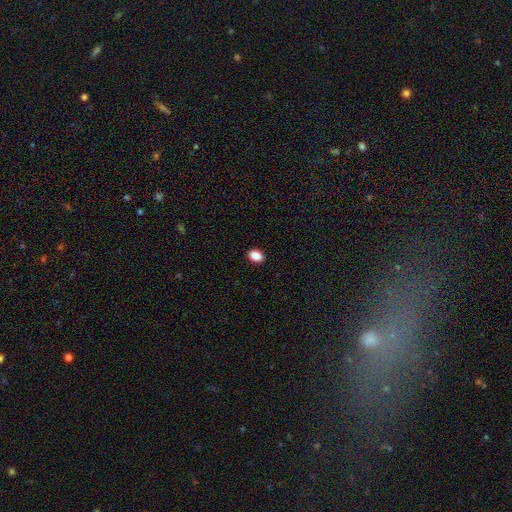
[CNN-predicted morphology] This is clearly a smooth galaxy (88%). How rounded: likely in between (79%). Merging: clearly none (91%).